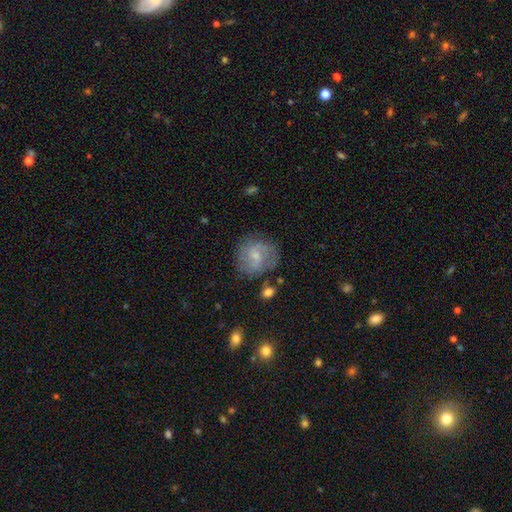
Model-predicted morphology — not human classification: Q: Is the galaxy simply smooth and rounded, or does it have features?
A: featured or disk — 56%.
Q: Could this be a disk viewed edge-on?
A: no — 97%.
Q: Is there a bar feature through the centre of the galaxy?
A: no — 47%.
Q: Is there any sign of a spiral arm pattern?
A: yes — 83%.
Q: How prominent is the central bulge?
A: small — 60%.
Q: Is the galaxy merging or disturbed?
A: none — 70%.